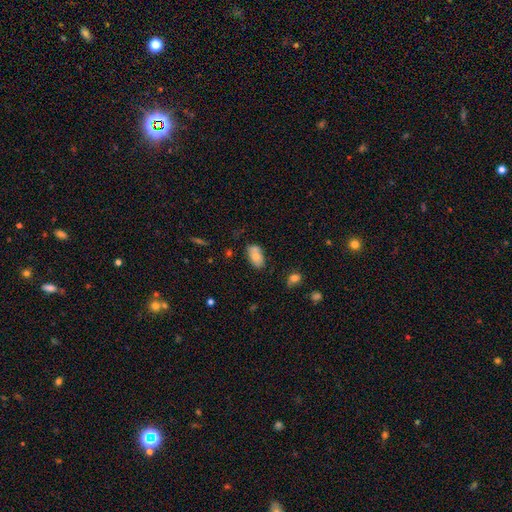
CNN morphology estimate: Overall: smooth (70%). How rounded: in between (92%). Merging: none (62%).